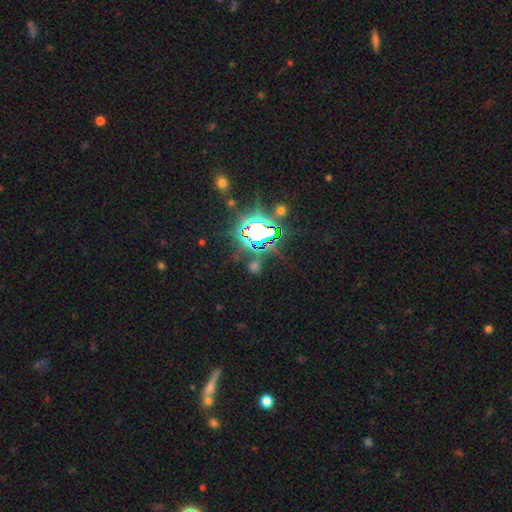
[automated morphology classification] The model was most divided on "smooth or featured": star or artifact: 82%, smooth: 10%, featured or disk: 8%.